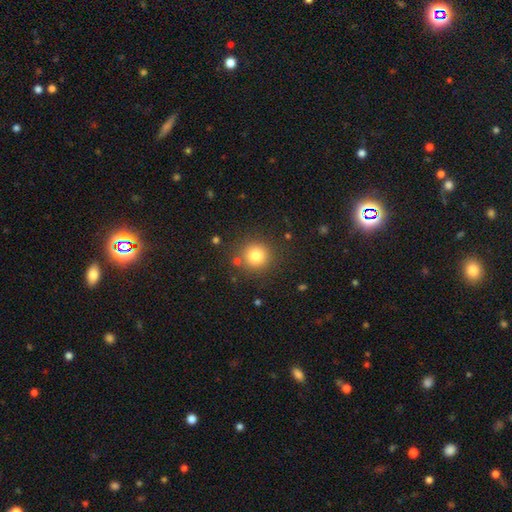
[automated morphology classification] The model was most divided on "smooth or featured": smooth: 80%, star or artifact: 13%, featured or disk: 7%. More confident: how rounded — round (93%); merging — none (85%).